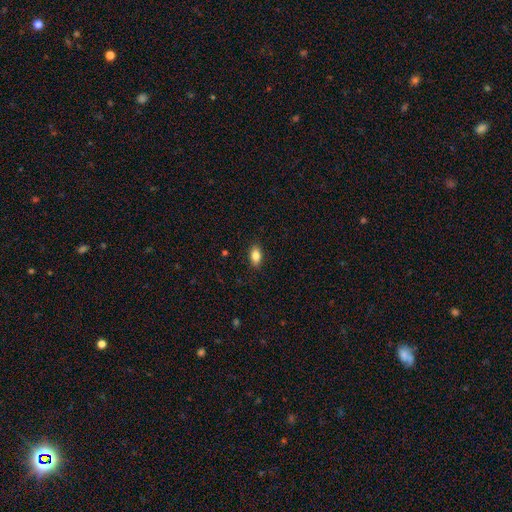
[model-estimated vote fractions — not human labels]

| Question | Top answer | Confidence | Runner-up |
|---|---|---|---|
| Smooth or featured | smooth | 83% | featured or disk (9%) |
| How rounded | in between | 87% | round (8%) |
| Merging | none | 88% | minor disturbance (9%) |